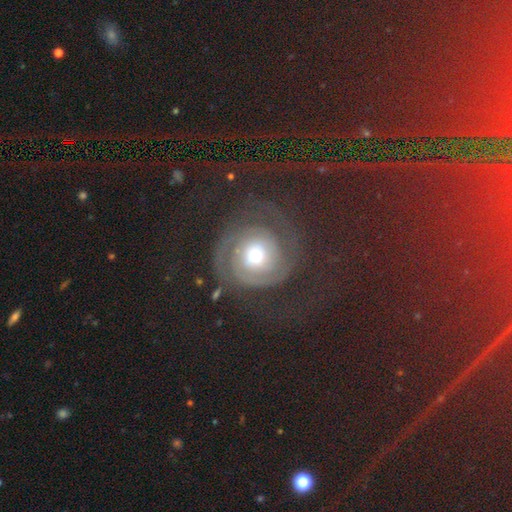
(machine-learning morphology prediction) A featured or disk galaxy (78%) with no bar (76%), 2 (52%) tight (64%) spiral arms (88%) and a moderate central bulge (60%).

Vote fractions:
- Smooth or featured? featured or disk: 78% / smooth: 14% / star or artifact: 8%
- Edge-on disk? no: 97% / yes: 3%
- Bar? no: 76% / weak: 18% / strong: 6%
- Spiral arms? yes: 88% / no: 12%
- Spiral winding? tight: 64% / medium: 24% / loose: 12%
- Spiral arm count? 2: 52% / can't tell: 19% / 1: 12% / 3: 7% / 4: 5% / more than 4: 5%
- Bulge size? moderate: 60% / small: 28% / large: 8% / dominant: 2% / none: 1%
- Merging? none: 63% / major disturbance: 22% / minor disturbance: 13% / merger: 2%